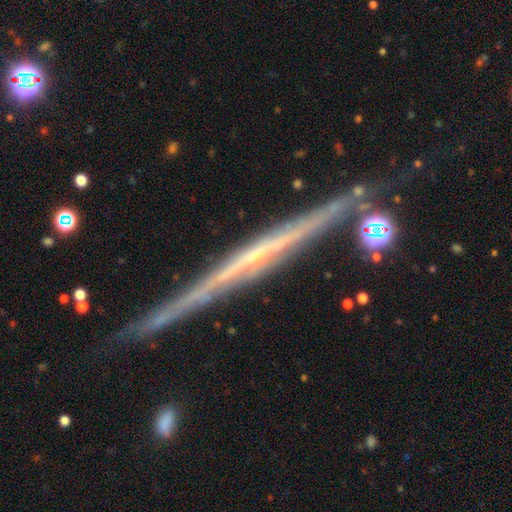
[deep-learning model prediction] smooth-or-featured: featured or disk: 84% | smooth: 9% | star or artifact: 7%
  disk-edge-on: yes: 98% | no: 2%
    edge-on-bulge: none: 51% | rounded: 39% | boxy: 10%
  merging: none: 83% | minor disturbance: 12% | merger: 3% | major disturbance: 2%